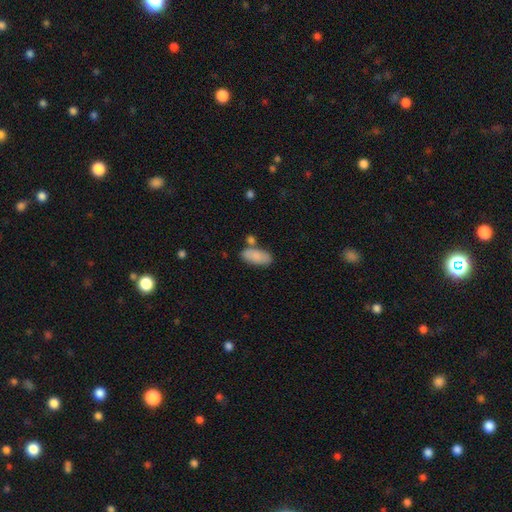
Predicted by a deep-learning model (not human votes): smooth_or_featured: smooth (p=0.84) [alt: featured or disk p=0.10]
how_rounded: in between (p=0.89) [alt: cigar-shaped p=0.09]
merging: none (p=0.63) [alt: merger p=0.17]